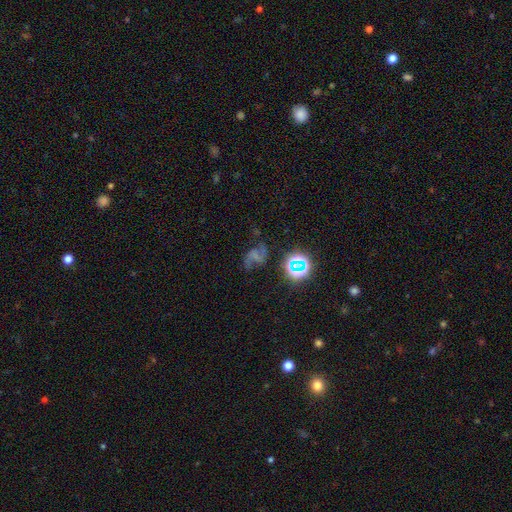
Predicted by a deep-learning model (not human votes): Smooth or featured? featured or disk (56%)
Edge-on disk? no (97%)
Bar? no (42%)
Spiral arms? yes (86%)
Bulge size? none (66%)
Merging? none (55%)